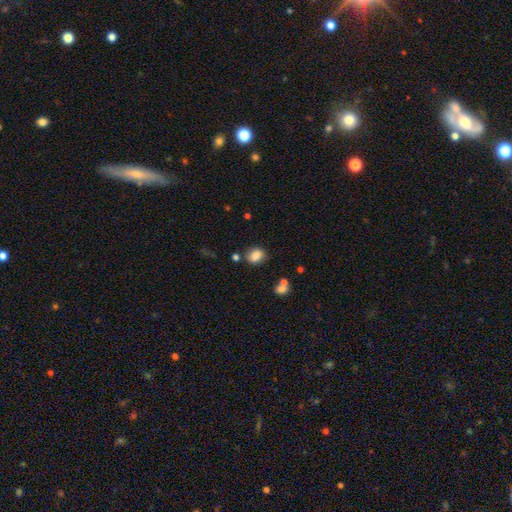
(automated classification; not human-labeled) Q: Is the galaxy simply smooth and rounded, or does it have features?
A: smooth — 84%.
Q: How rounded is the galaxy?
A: in between — 59%.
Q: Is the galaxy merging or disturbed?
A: none — 73%.